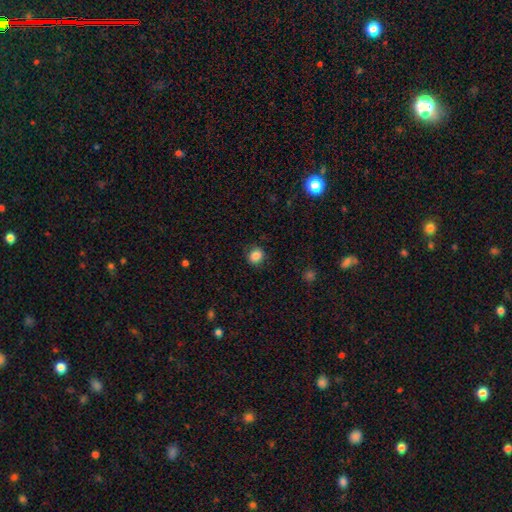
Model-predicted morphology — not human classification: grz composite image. It shows a smooth galaxy with no disk features (86%) that is round (80%). Merging: none (85%).